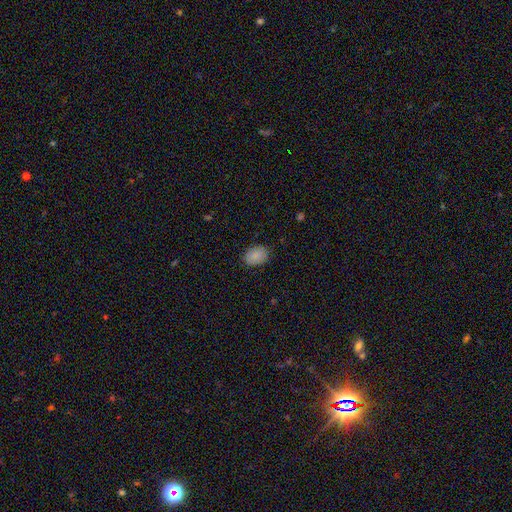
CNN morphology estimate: Q: Smooth or featured?
A: smooth (86%); runner-up: star or artifact (7%)
Q: How rounded?
A: in between (74%); runner-up: round (25%)
Q: Merging?
A: none (84%); runner-up: minor disturbance (12%)